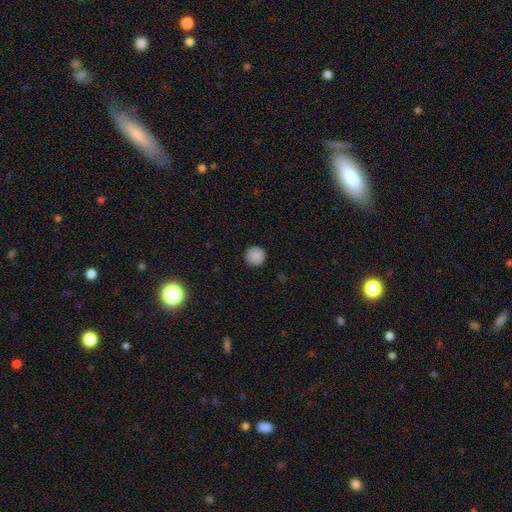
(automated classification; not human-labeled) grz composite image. It shows a smooth galaxy with no disk features (87%) that is round (95%). Merging: none (90%).